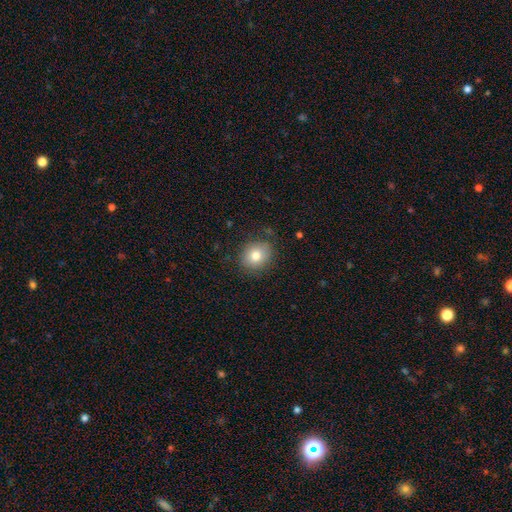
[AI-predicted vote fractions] A smooth galaxy with no disk features (78%) that is round (71%). Merging: none (83%).